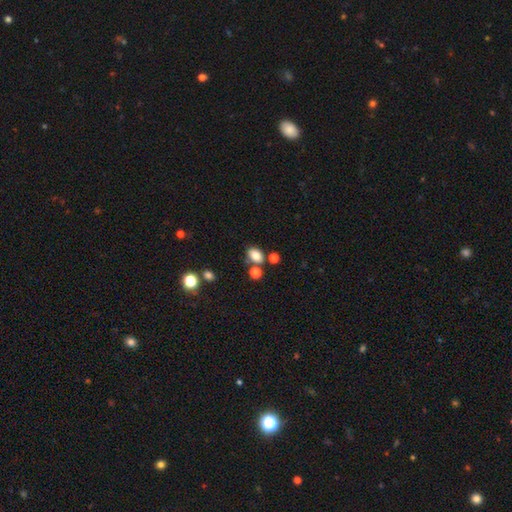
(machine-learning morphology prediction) Smooth or featured? smooth (82%)
How rounded? in between (80%)
Merging? none (67%)